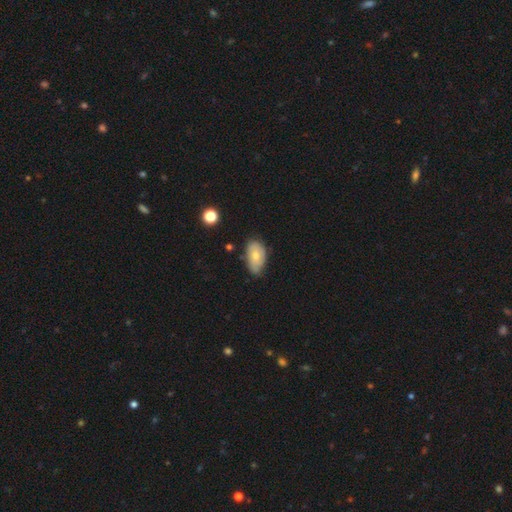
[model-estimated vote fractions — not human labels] Smooth or featured? Predicted: smooth (p=0.69). How rounded? Predicted: in between (p=0.92). Merging? Predicted: none (p=0.55).